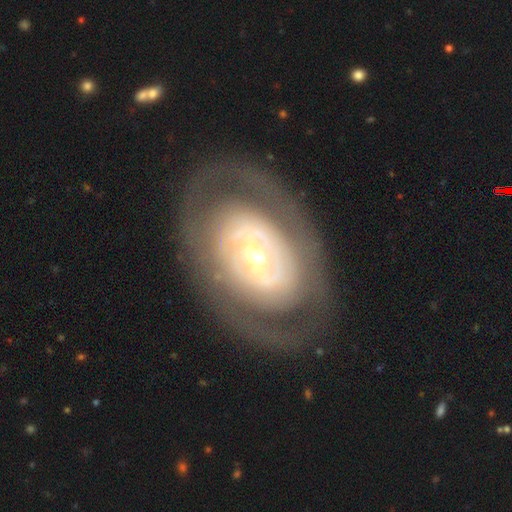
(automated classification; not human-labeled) Smooth or featured? featured or disk (80%)
Edge-on disk? no (94%)
Bar? no (48%)
Spiral arms? yes (64%)
Bulge size? moderate (47%)
Merging? none (78%)